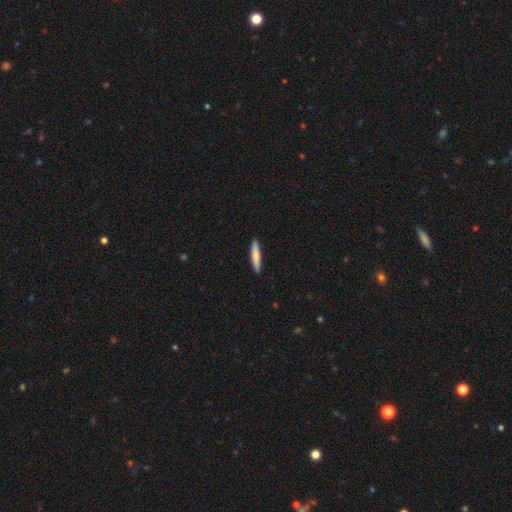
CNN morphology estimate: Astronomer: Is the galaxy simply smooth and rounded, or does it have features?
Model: smooth — 77%.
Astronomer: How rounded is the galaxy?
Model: cigar-shaped — 89%.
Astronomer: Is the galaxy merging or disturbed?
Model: none — 91%.